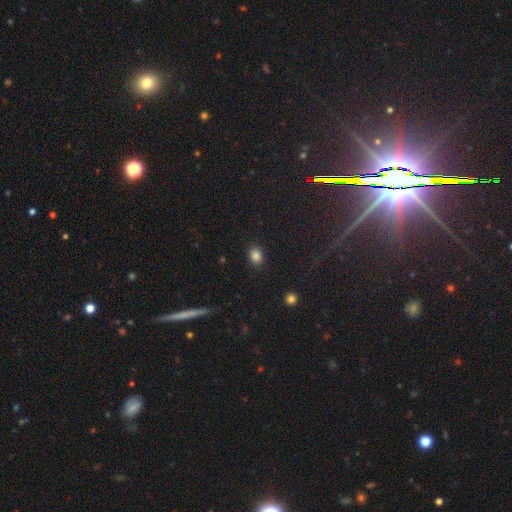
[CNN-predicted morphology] Smooth or featured? Predicted: smooth (p=0.85). How rounded? Predicted: in between (p=0.54). Merging? Predicted: none (p=0.87).